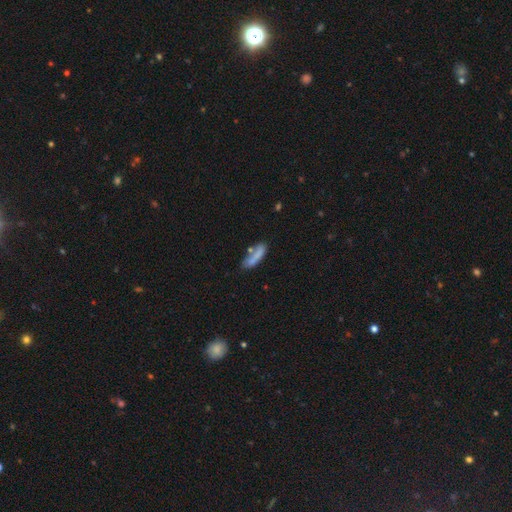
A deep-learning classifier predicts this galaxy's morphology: The model was most divided on "how rounded": cigar-shaped: 59%, in between: 38%, round: 2%. Remaining: smooth or featured — smooth (73%); merging — none (45%).